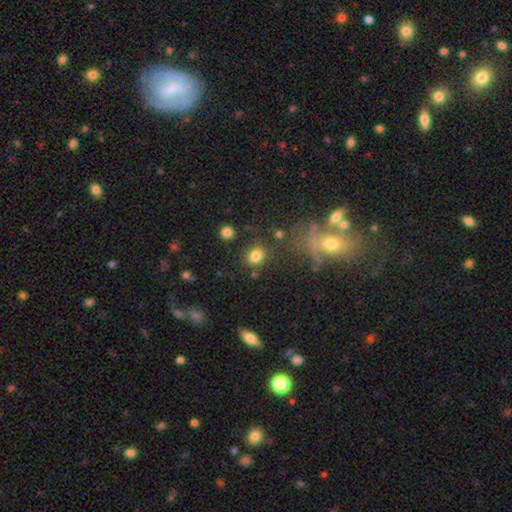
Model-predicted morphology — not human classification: A smooth galaxy with no disk features (80%) that is round (61%).

Vote fractions:
- Smooth or featured? smooth: 80% / star or artifact: 13% / featured or disk: 7%
- How rounded? round: 61% / in between: 38% / cigar-shaped: 1%
- Merging? none: 77% / minor disturbance: 12% / merger: 6% / major disturbance: 5%